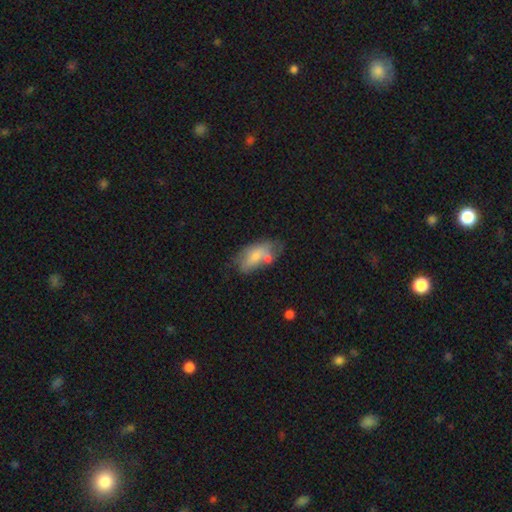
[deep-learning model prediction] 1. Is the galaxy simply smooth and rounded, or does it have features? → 57% smooth, 35% featured or disk, 8% star or artifact.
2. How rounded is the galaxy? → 89% in between, 7% cigar-shaped, 4% round.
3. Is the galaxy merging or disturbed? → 39% none, 26% minor disturbance, 23% merger, 12% major disturbance.